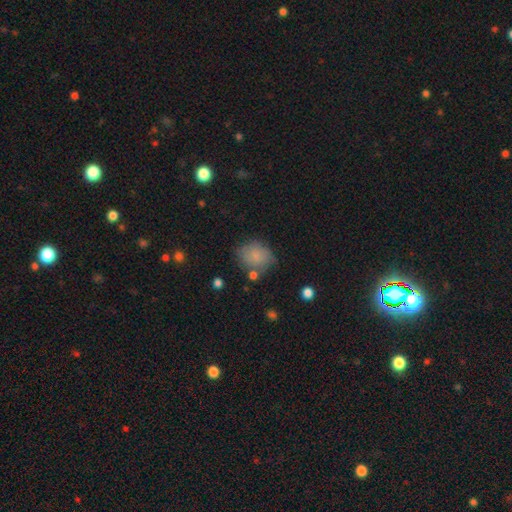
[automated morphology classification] Smooth or featured: smooth — 77% (featured or disk — 14%)
How rounded: round — 54% (in between — 45%)
Merging: none — 63% (minor disturbance — 23%)